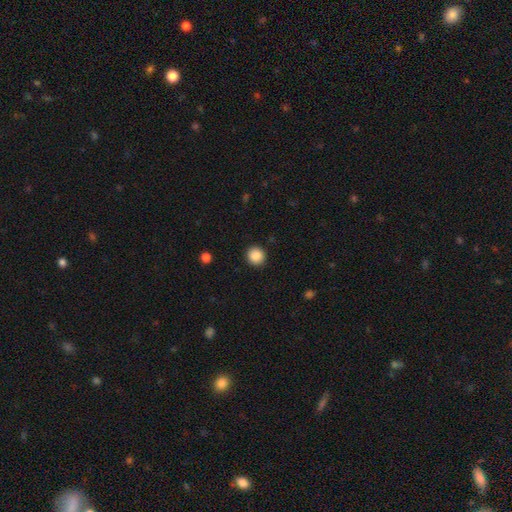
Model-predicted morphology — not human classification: Smooth or featured?
  - smooth: 88% *
  - star or artifact: 9%
  - featured or disk: 3%
How rounded?
  - round: 94% *
  - in between: 5%
  - cigar-shaped: 1%
Merging?
  - none: 92% *
  - minor disturbance: 5%
  - major disturbance: 2%
  - merger: 1%